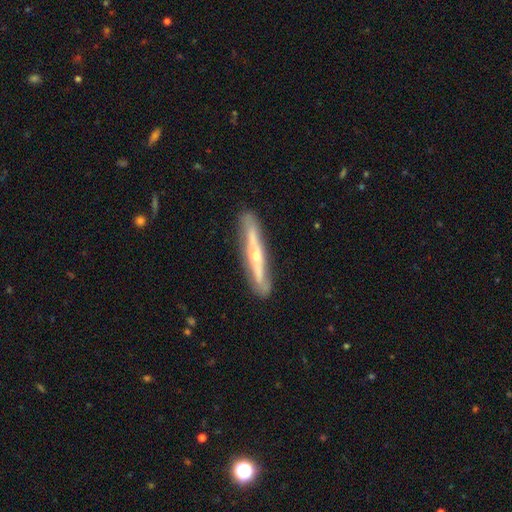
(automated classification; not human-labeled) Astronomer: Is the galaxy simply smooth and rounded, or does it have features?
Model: featured or disk — 72%.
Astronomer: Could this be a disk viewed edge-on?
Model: yes — 82%.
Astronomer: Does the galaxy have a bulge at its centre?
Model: rounded — 80%.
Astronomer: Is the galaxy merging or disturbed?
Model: none — 83%.